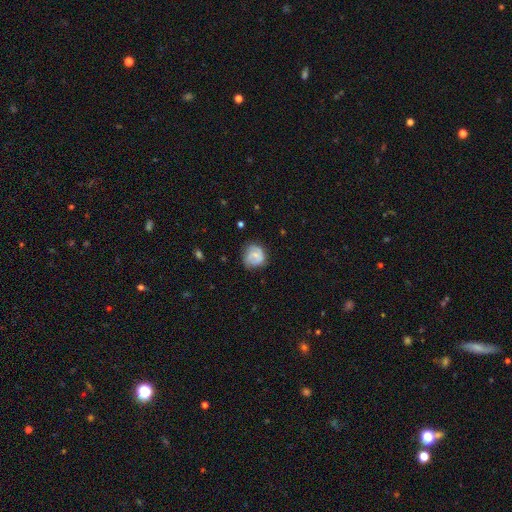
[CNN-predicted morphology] Smooth or featured? Predicted: smooth (p=0.47). Merging? Predicted: none (p=0.64).